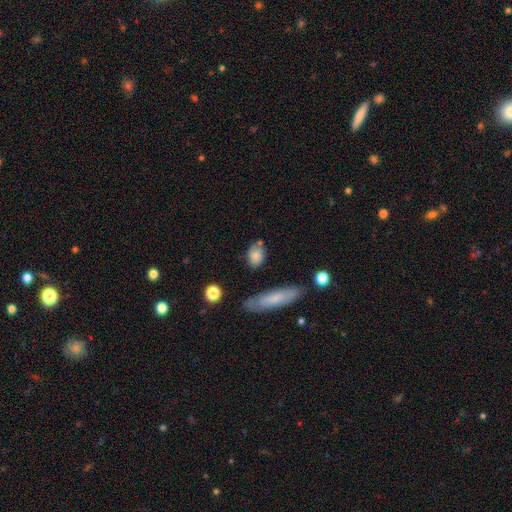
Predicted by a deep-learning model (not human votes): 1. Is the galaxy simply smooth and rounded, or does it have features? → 80% smooth, 12% featured or disk, 8% star or artifact.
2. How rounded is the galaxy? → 68% in between, 26% round, 6% cigar-shaped.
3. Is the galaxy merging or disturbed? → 69% none, 19% minor disturbance, 7% merger, 5% major disturbance.